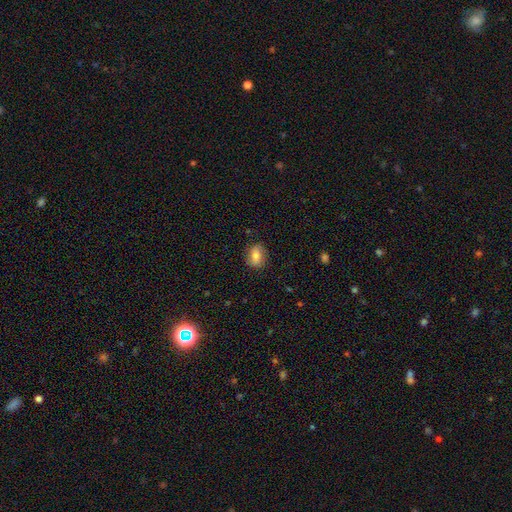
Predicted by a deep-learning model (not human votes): Smooth or featured?
  - smooth: 76% *
  - featured or disk: 16%
  - star or artifact: 9%
How rounded?
  - in between: 70% *
  - round: 28%
  - cigar-shaped: 2%
Merging?
  - none: 82% *
  - minor disturbance: 14%
  - major disturbance: 3%
  - merger: 1%